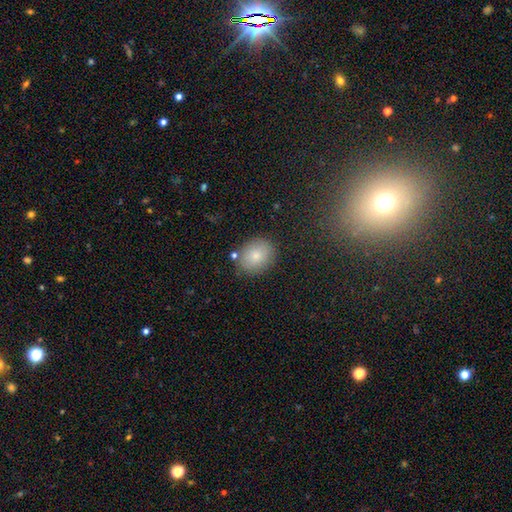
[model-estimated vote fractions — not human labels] smooth_or_featured: smooth (p=0.82) [alt: featured or disk p=0.09]
how_rounded: round (p=0.51) [alt: in between p=0.48]
merging: none (p=0.82) [alt: minor disturbance p=0.11]